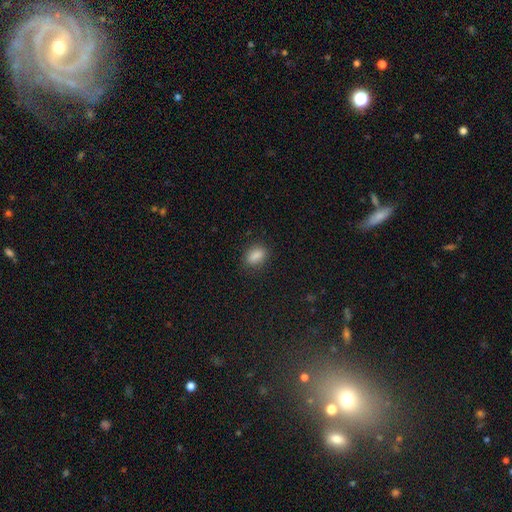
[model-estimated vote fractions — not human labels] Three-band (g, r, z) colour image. It shows a smooth galaxy with no disk features (87%) that is in between round and cigar-shaped (84%). Merging: none (85%).